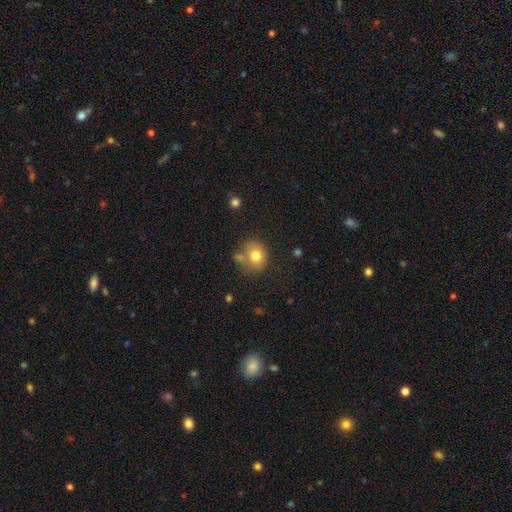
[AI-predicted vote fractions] Morphology: type=smooth (76%); roundness=round (72%); merging=none (59%).